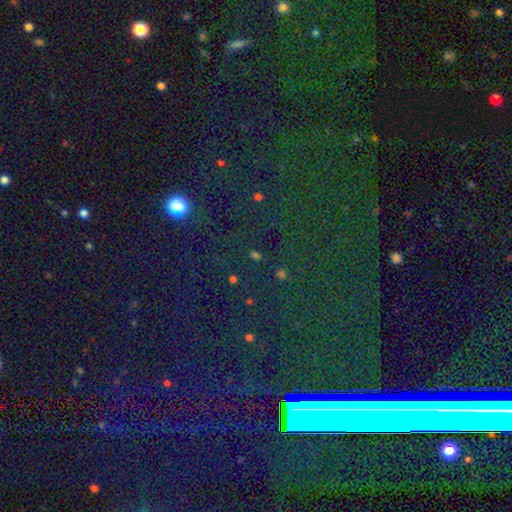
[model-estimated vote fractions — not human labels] Smooth or featured: star or artifact — 63% (smooth — 29%)